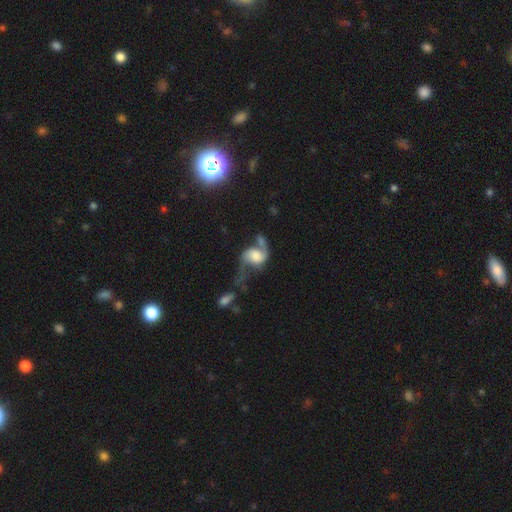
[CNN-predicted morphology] Smooth or featured?
  - featured or disk: 67% *
  - smooth: 24%
  - star or artifact: 8%
Edge-on disk?
  - no: 97% *
  - yes: 3%
Bar?
  - no: 59% *
  - weak: 31%
  - strong: 10%
Spiral arms?
  - yes: 88% *
  - no: 12%
Spiral winding?
  - loose: 70% *
  - medium: 24%
  - tight: 6%
Spiral arm count?
  - 2: 81% *
  - 1: 12%
  - can't tell: 4%
  - 3: 1%
  - 4: 1%
  - more than 4: 1%
Bulge size?
  - large: 35% *
  - moderate: 27%
  - small: 14%
  - none: 13%
  - dominant: 10%
Merging?
  - major disturbance: 31% *
  - merger: 28%
  - none: 26%
  - minor disturbance: 15%